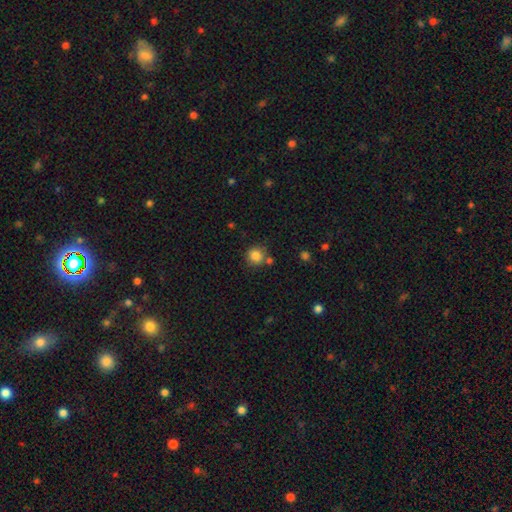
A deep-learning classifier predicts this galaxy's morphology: Q: Smooth or featured?
A: smooth (84%); runner-up: star or artifact (11%)
Q: How rounded?
A: round (89%); runner-up: in between (10%)
Q: Merging?
A: none (75%); runner-up: minor disturbance (11%)